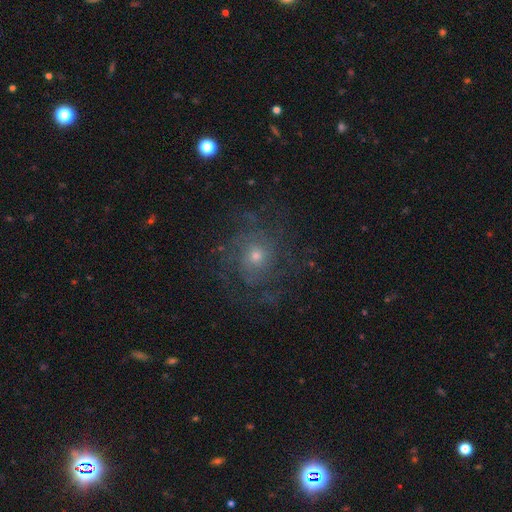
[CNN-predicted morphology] type=featured or disk (66%); edge-on=no (97%); bar=no (82%); spiral arms=yes (83%); winding=tight (49%); arm count=can't tell (46%); bulge=small (55%); merging=none (69%).